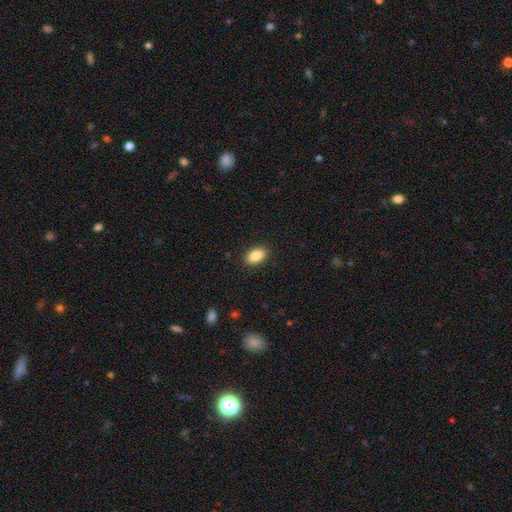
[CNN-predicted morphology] A smooth galaxy with no disk features (87%) that is in between round and cigar-shaped (91%).

Vote fractions:
- Smooth or featured? smooth: 87% / star or artifact: 7% / featured or disk: 6%
- How rounded? in between: 91% / round: 6% / cigar-shaped: 2%
- Merging? none: 89% / minor disturbance: 8% / major disturbance: 2% / merger: 1%